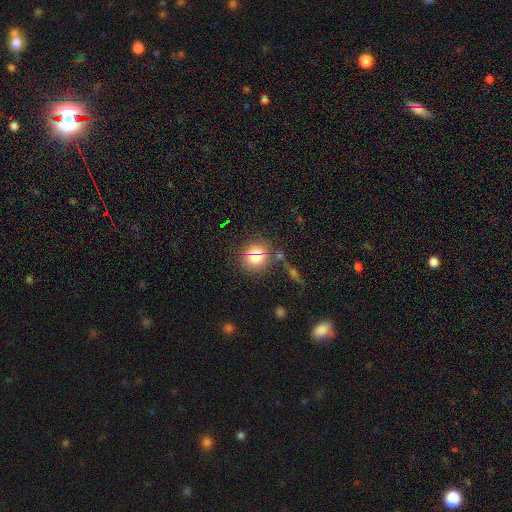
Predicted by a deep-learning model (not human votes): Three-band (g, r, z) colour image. It shows a smooth galaxy with no disk features (62%) that is round (85%). Merging: none (80%).